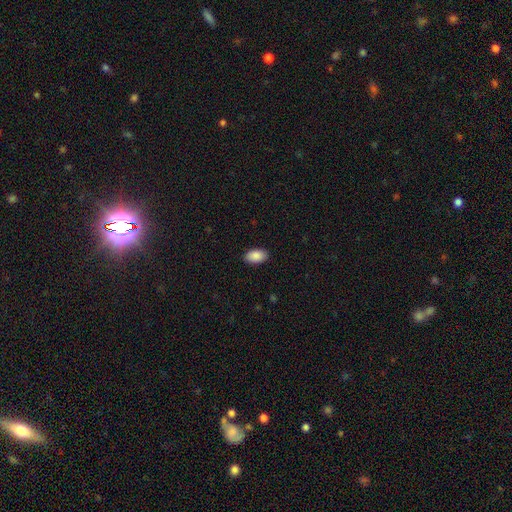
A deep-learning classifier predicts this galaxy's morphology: A smooth galaxy with no disk features (90%) that is in between round and cigar-shaped (94%). Merging: none (89%).